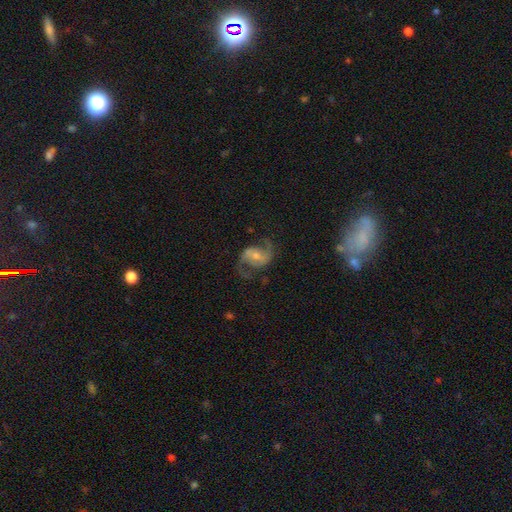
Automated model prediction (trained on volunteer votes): Q: Smooth or featured?
A: featured or disk (85%); runner-up: smooth (9%)
Q: Edge-on disk?
A: no (98%); runner-up: yes (2%)
Q: Bar?
A: weak (45%); runner-up: no (33%)
Q: Spiral arms?
A: yes (95%); runner-up: no (5%)
Q: Spiral winding?
A: loose (47%); runner-up: medium (44%)
Q: Spiral arm count?
A: 2 (93%); runner-up: can't tell (2%)
Q: Bulge size?
A: small (47%); runner-up: moderate (45%)
Q: Merging?
A: none (73%); runner-up: minor disturbance (15%)